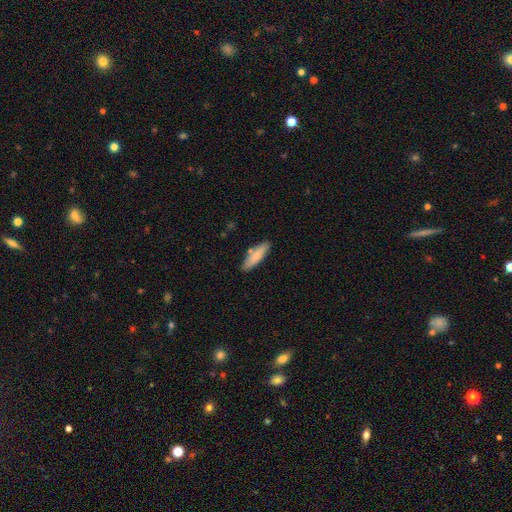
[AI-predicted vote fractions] A smooth galaxy with no disk features (82%) that is cigar-shaped (64%).

Vote fractions:
- Smooth or featured? smooth: 82% / featured or disk: 12% / star or artifact: 6%
- How rounded? cigar-shaped: 64% / in between: 34% / round: 2%
- Merging? none: 82% / minor disturbance: 12% / merger: 4% / major disturbance: 2%